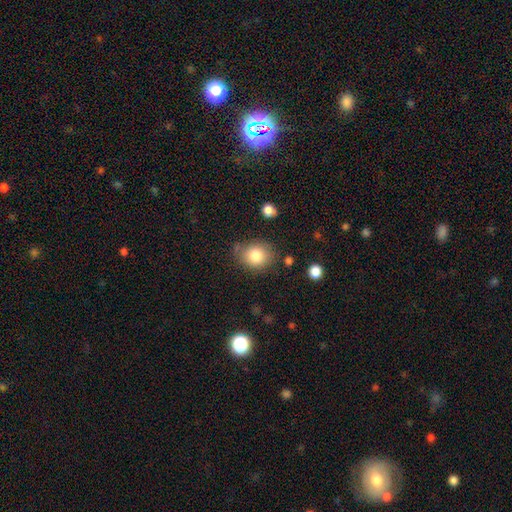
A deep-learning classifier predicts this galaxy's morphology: The model was most divided on "how rounded": round: 61%, in between: 38%, cigar-shaped: 1%. More confident: smooth or featured — smooth (82%); merging — none (74%).